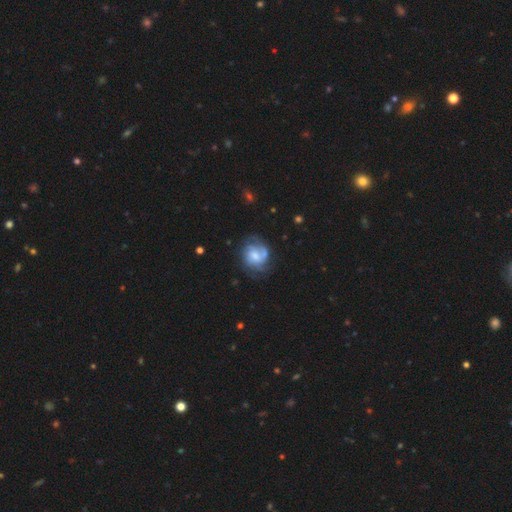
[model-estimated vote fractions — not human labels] smooth_or_featured: featured or disk (p=0.74) [alt: smooth p=0.19]
disk_edge_on: no (p=0.98) [alt: yes p=0.02]
bar: no (p=0.51) [alt: weak p=0.41]
has_spiral_arms: yes (p=0.91) [alt: no p=0.09]
spiral_winding: tight (p=0.47) [alt: medium p=0.39]
spiral_arm_count: 2 (p=0.39) [alt: can't tell p=0.28]
bulge_size: moderate (p=0.47) [alt: small p=0.35]
merging: none (p=0.63) [alt: minor disturbance p=0.20]